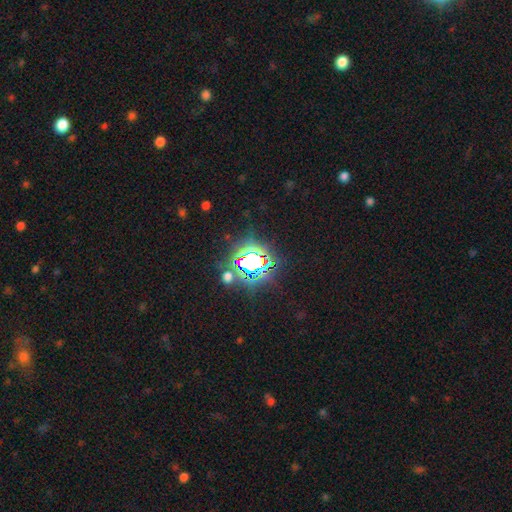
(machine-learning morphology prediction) Smooth or featured? Predicted: star or artifact (p=0.77).